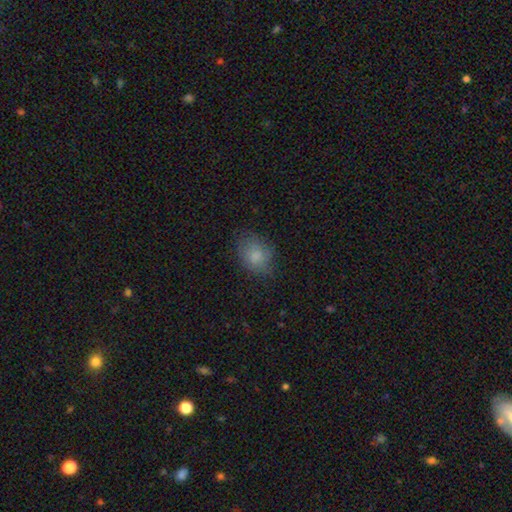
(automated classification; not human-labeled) Smooth or featured?
  - smooth: 81% *
  - featured or disk: 11%
  - star or artifact: 9%
How rounded?
  - in between: 63% *
  - round: 36%
  - cigar-shaped: 1%
Merging?
  - none: 71% *
  - minor disturbance: 21%
  - major disturbance: 6%
  - merger: 1%